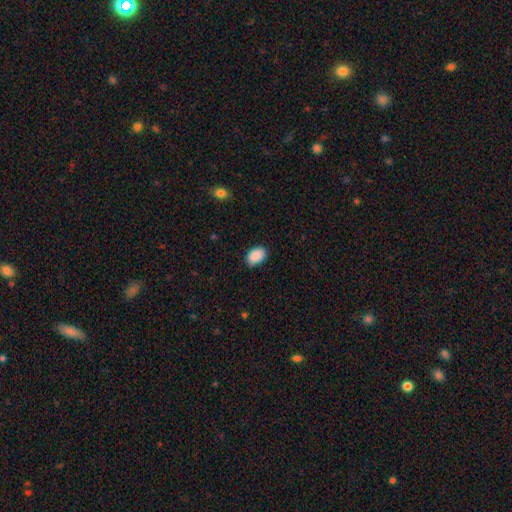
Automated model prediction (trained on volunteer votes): Smooth or featured?
  - smooth: 90% *
  - star or artifact: 7%
  - featured or disk: 3%
How rounded?
  - in between: 88% *
  - round: 11%
  - cigar-shaped: 1%
Merging?
  - none: 82% *
  - minor disturbance: 14%
  - major disturbance: 2%
  - merger: 1%